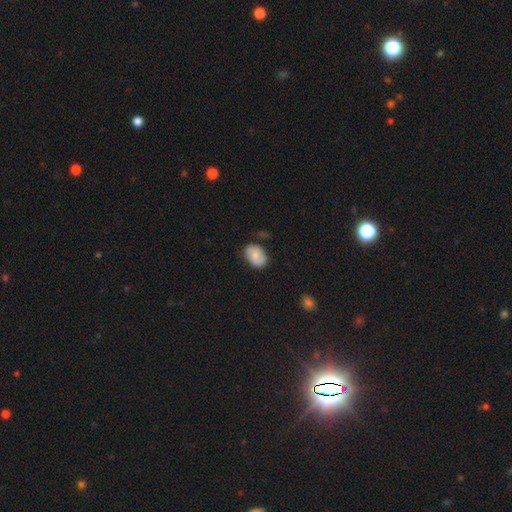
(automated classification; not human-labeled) Smooth or featured: smooth — 66% (featured or disk — 27%)
How rounded: in between — 79% (round — 20%)
Merging: none — 73% (minor disturbance — 21%)